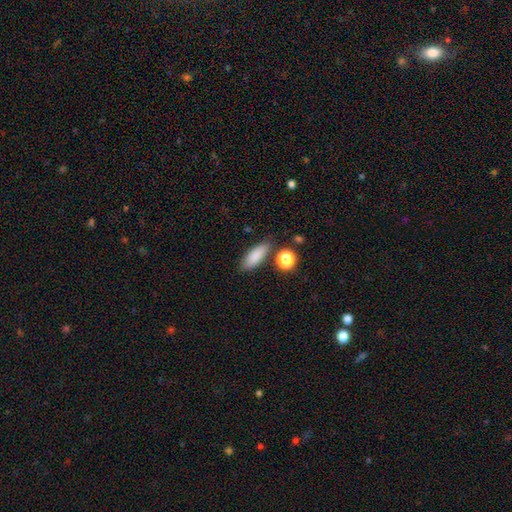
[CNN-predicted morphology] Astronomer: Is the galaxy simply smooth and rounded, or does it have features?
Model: smooth — 85%.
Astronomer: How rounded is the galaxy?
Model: in between — 69%.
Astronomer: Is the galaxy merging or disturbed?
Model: none — 78%.